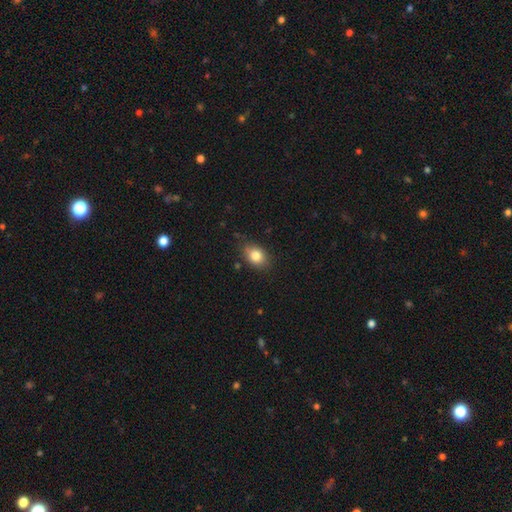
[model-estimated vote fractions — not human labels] This appears to be a smooth galaxy with no disk features (82%) that is in between round and cigar-shaped (73%). Merging: none (79%).